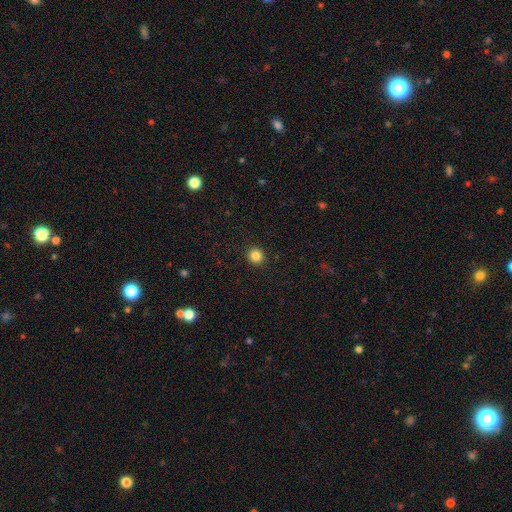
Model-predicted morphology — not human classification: Smooth or featured? smooth (85%)
How rounded? round (91%)
Merging? none (92%)